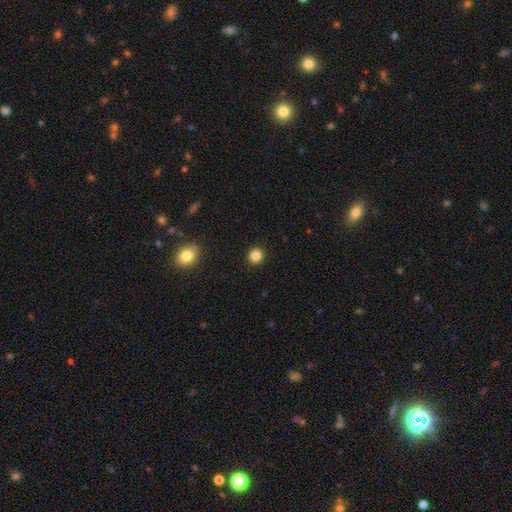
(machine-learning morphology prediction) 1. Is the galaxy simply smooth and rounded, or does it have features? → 84% smooth, 11% star or artifact, 4% featured or disk.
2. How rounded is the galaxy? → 93% round, 6% in between, 1% cigar-shaped.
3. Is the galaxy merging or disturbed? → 92% none, 5% minor disturbance, 2% major disturbance, 1% merger.